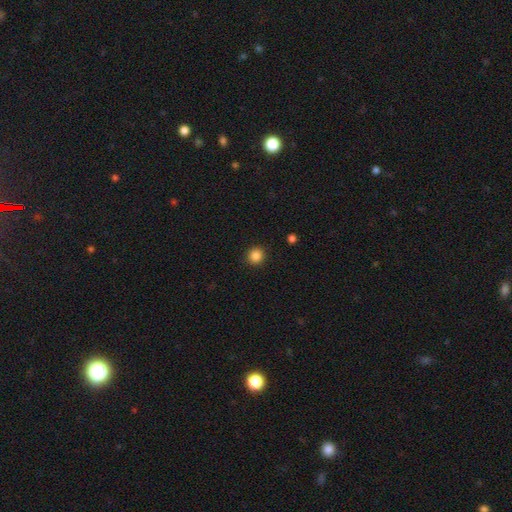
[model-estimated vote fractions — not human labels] Overall: smooth (86%). How rounded: round (94%). Merging: none (92%).